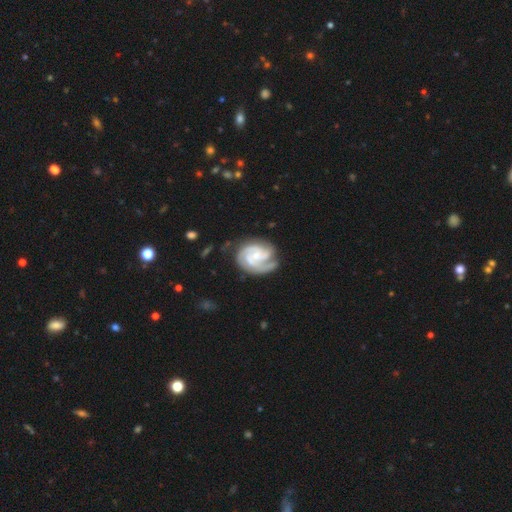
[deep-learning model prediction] This is clearly a featured or disk galaxy (91%). It is clearly not viewed edge-on (98%). Bar: likely no (63%). Spiral arm pattern: clearly yes (98%). Spiral arm count: possibly 3 (49%). Spiral winding: likely tight (60%). Central bulge: likely small (64%). Merging: likely none (67%).